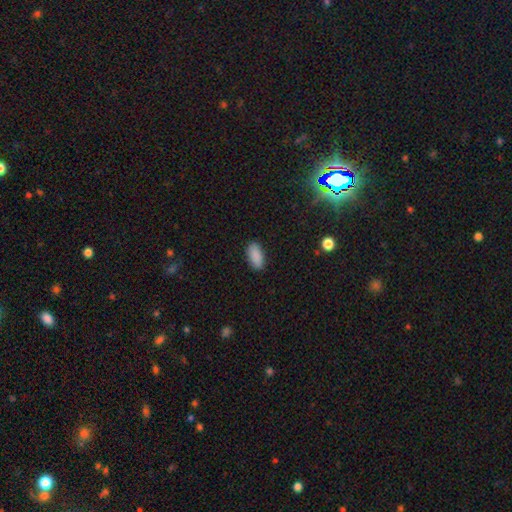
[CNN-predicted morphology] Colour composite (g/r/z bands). It shows a smooth galaxy with no disk features (90%) that is in between round and cigar-shaped (91%). Merging: none (88%).